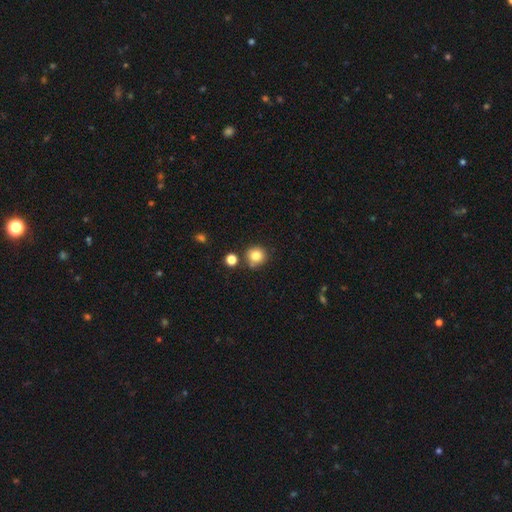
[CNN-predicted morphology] A smooth galaxy with no disk features (82%) that is round (92%). Merging: none (77%).